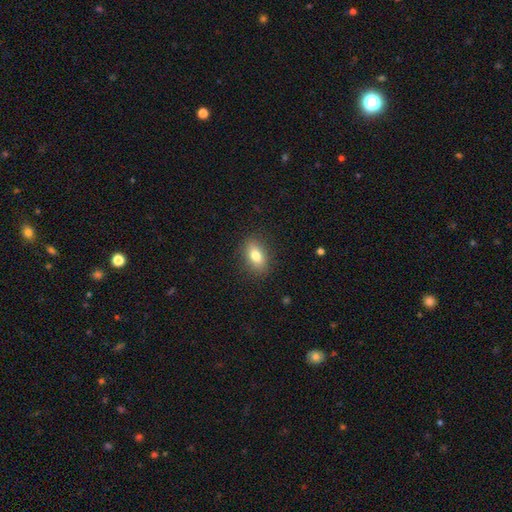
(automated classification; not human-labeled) Overall: smooth (80%). How rounded: in between (84%). Merging: none (87%).